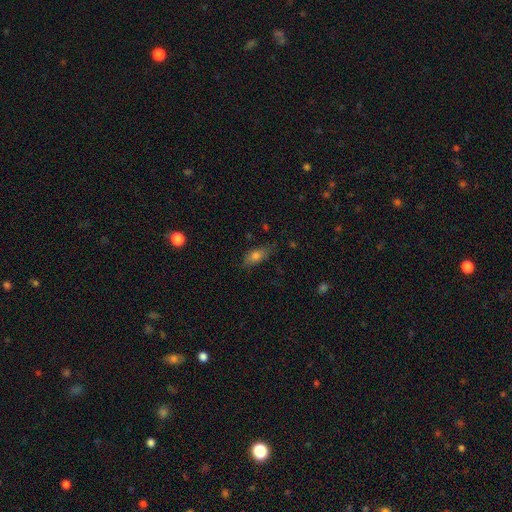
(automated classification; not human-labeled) Q: Smooth or featured?
A: smooth (70%); runner-up: featured or disk (19%)
Q: How rounded?
A: in between (72%); runner-up: cigar-shaped (23%)
Q: Merging?
A: none (74%); runner-up: minor disturbance (20%)